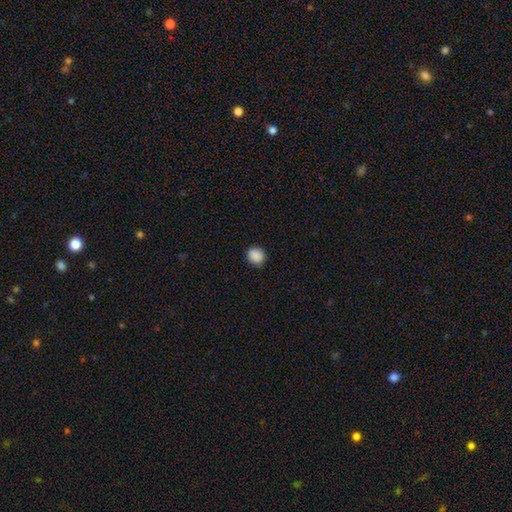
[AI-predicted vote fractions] Smooth or featured?
  - smooth: 88% *
  - star or artifact: 9%
  - featured or disk: 3%
How rounded?
  - round: 77% *
  - in between: 22%
  - cigar-shaped: 1%
Merging?
  - none: 85% *
  - minor disturbance: 11%
  - major disturbance: 2%
  - merger: 1%